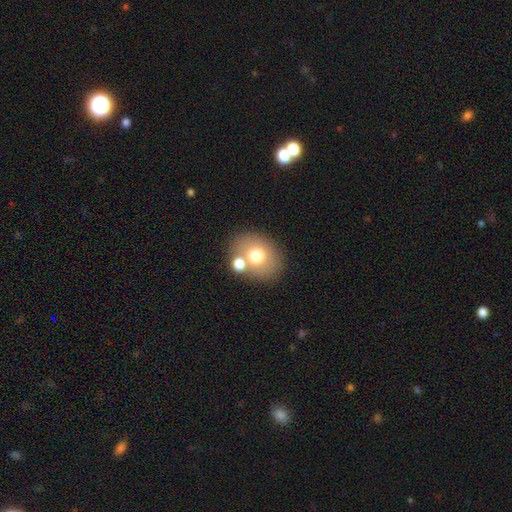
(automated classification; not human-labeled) smooth_or_featured: smooth (p=0.69) [alt: featured or disk p=0.20]
how_rounded: round (p=0.52) [alt: in between p=0.47]
merging: none (p=0.66) [alt: merger p=0.20]